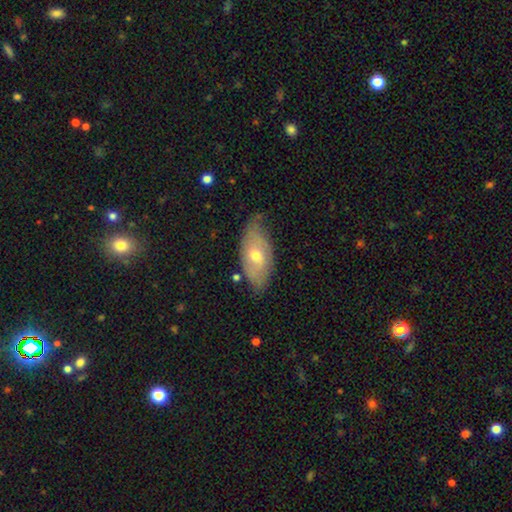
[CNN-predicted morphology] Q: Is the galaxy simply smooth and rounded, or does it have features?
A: featured or disk — 47%.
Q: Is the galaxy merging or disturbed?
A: none — 68%.